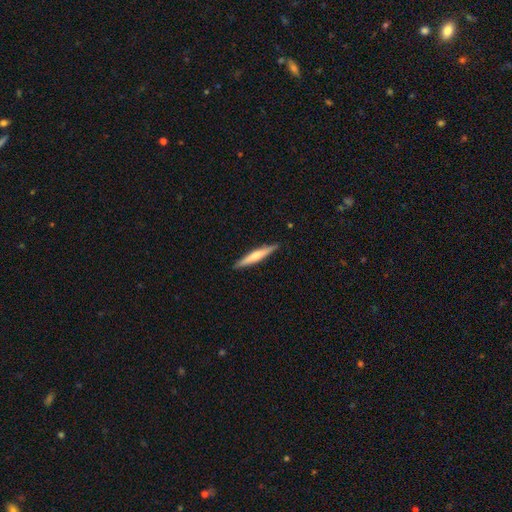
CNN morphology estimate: smooth_or_featured: smooth (p=0.50) [alt: featured or disk p=0.45]
merging: none (p=0.90) [alt: minor disturbance p=0.07]